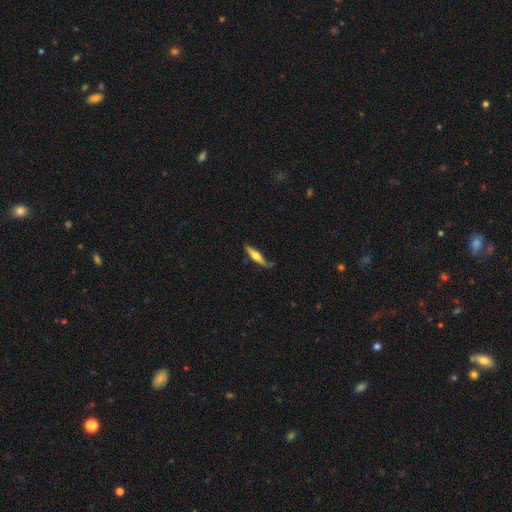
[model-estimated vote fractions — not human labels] Morphology: type=featured or disk (61%); edge-on=yes (95%); edge-on bulge=rounded (88%); merging=none (73%).